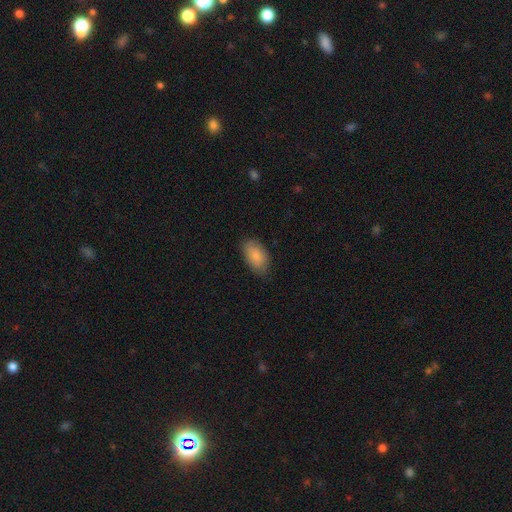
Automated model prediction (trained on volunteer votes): Smooth or featured: smooth — 86% (featured or disk — 8%)
How rounded: in between — 94% (round — 4%)
Merging: none — 81% (minor disturbance — 15%)